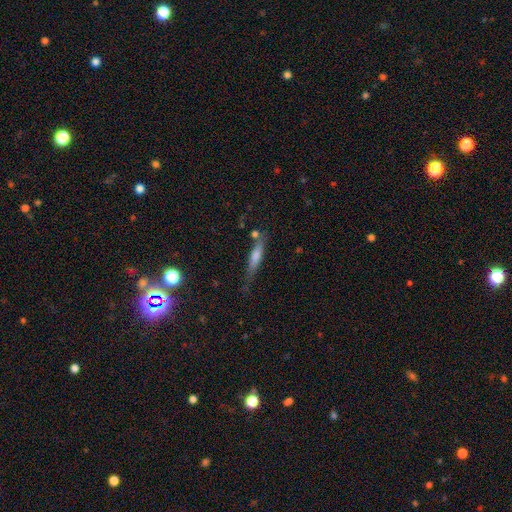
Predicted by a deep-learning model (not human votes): Smooth or featured: smooth — 51% (featured or disk — 40%)
How rounded: cigar-shaped — 83% (in between — 14%)
Merging: none — 60% (minor disturbance — 23%)